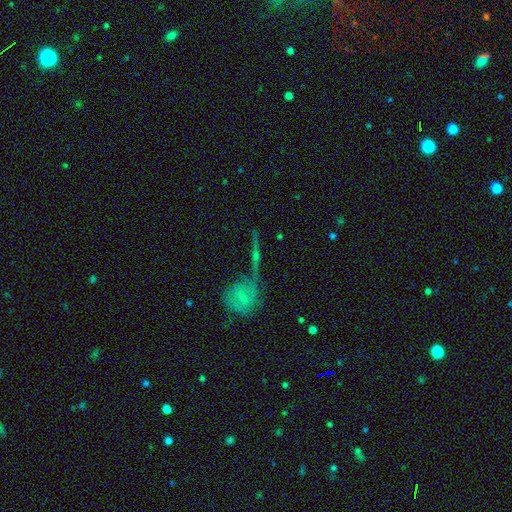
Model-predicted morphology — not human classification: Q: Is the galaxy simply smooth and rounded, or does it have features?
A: featured or disk — 49%.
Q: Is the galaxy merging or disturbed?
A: none — 50%.